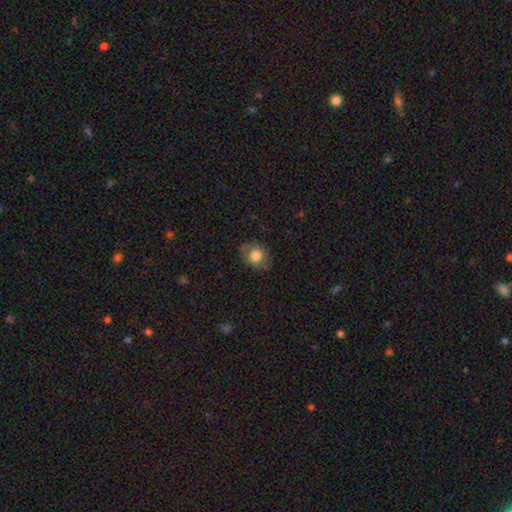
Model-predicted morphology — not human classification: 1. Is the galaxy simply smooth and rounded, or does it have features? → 76% smooth, 15% featured or disk, 9% star or artifact.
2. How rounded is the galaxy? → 63% round, 36% in between, 1% cigar-shaped.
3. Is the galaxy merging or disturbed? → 75% none, 17% minor disturbance, 6% major disturbance, 1% merger.